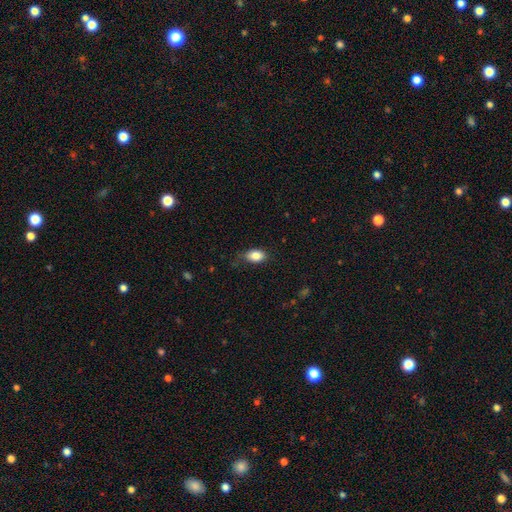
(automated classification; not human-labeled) A smooth galaxy with no disk features (85%) that is in between round and cigar-shaped (85%).

Vote fractions:
- Smooth or featured? smooth: 85% / star or artifact: 8% / featured or disk: 7%
- How rounded? in between: 85% / round: 13% / cigar-shaped: 2%
- Merging? none: 68% / minor disturbance: 25% / major disturbance: 6% / merger: 1%